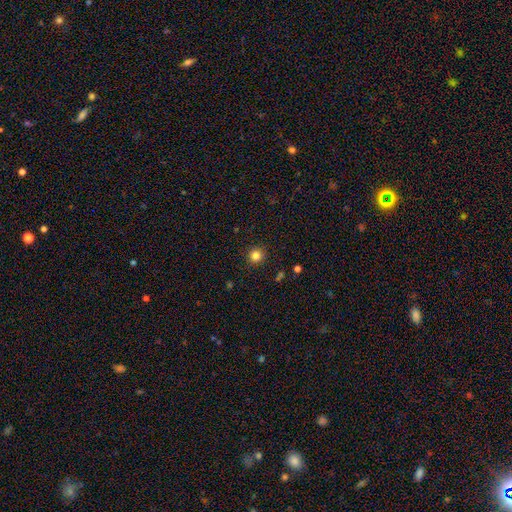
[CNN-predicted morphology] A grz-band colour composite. It shows a smooth galaxy with no disk features (82%) that is round (93%). Merging: none (92%).